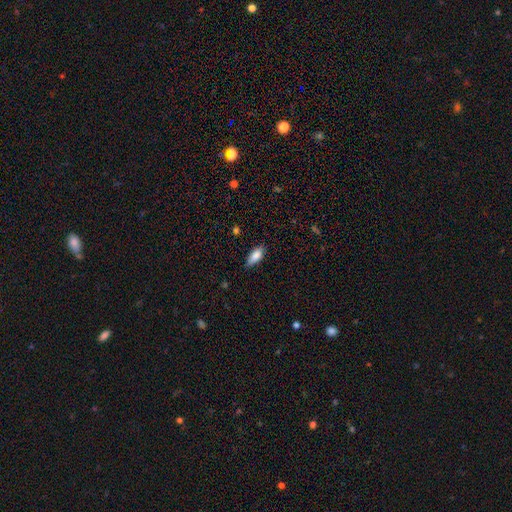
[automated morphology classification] Q: Smooth or featured?
A: smooth (83%); runner-up: featured or disk (10%)
Q: How rounded?
A: in between (76%); runner-up: cigar-shaped (22%)
Q: Merging?
A: none (77%); runner-up: minor disturbance (19%)